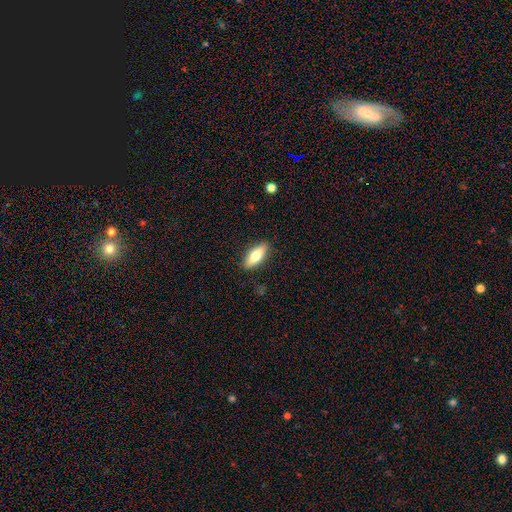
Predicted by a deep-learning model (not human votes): smooth_or_featured: smooth (p=0.71) [alt: featured or disk p=0.22]
how_rounded: in between (p=0.70) [alt: cigar-shaped p=0.28]
merging: none (p=0.87) [alt: minor disturbance p=0.10]